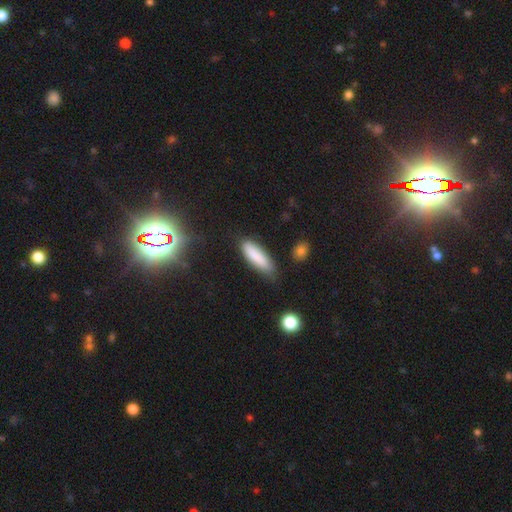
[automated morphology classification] This appears to be a smooth galaxy with no disk features (86%) that is cigar-shaped (56%). Merging: none (75%).